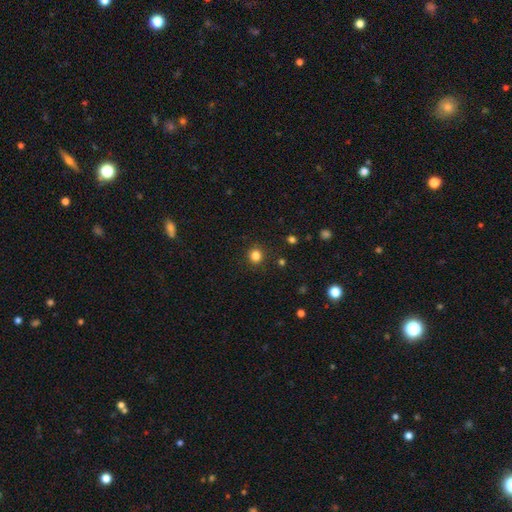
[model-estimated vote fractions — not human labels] Smooth or featured: smooth — 83% (star or artifact — 13%)
How rounded: round — 89% (in between — 10%)
Merging: none — 90% (minor disturbance — 6%)